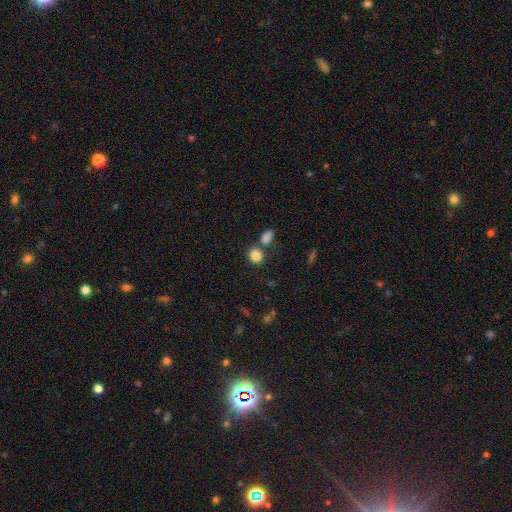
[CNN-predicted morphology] smooth-or-featured: smooth: 84% | star or artifact: 10% | featured or disk: 6%
  how-rounded: round: 68% | in between: 31% | cigar-shaped: 1%
  merging: none: 67% | merger: 19% | minor disturbance: 10% | major disturbance: 4%